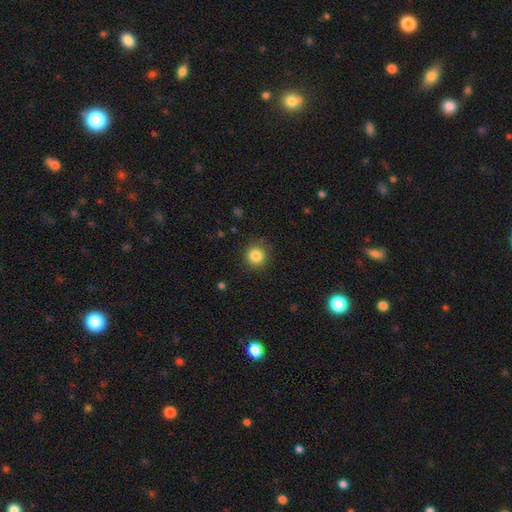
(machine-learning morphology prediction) smooth 84%, star or artifact 11%, featured or disk 5%. Down the decision tree: how rounded — round (93%); merging — none (88%).